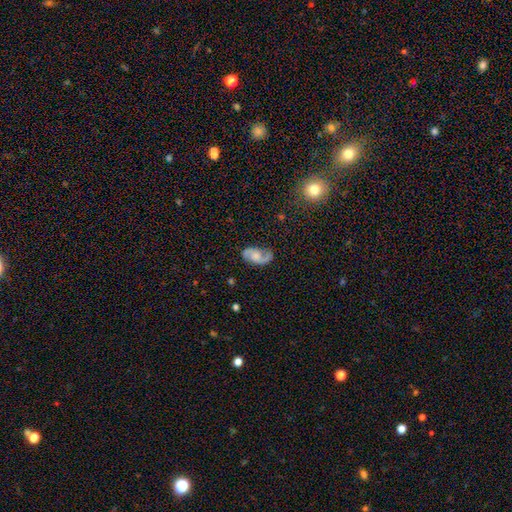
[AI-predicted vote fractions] smooth-or-featured: featured or disk: 75% | smooth: 19% | star or artifact: 6%
  disk-edge-on: no: 97% | yes: 3%
    bar: no: 61% | weak: 33% | strong: 5%
    has-spiral-arms: yes: 94% | no: 6%
      spiral-winding: medium: 45% | loose: 40% | tight: 16%
      spiral-arm-count: 2: 87% | 1: 6% | can't tell: 4% | 3: 1% | 4: 1% | more than 4: 1%
    bulge-size: moderate: 45% | small: 29% | none: 14% | large: 9% | dominant: 2%
  merging: none: 74% | minor disturbance: 17% | major disturbance: 6% | merger: 2%